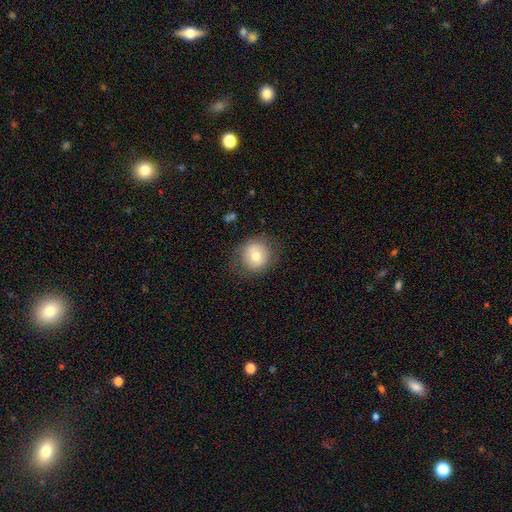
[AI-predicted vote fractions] smooth_or_featured: smooth (p=0.71) [alt: featured or disk p=0.20]
how_rounded: round (p=0.90) [alt: in between p=0.09]
merging: none (p=0.81) [alt: minor disturbance p=0.13]